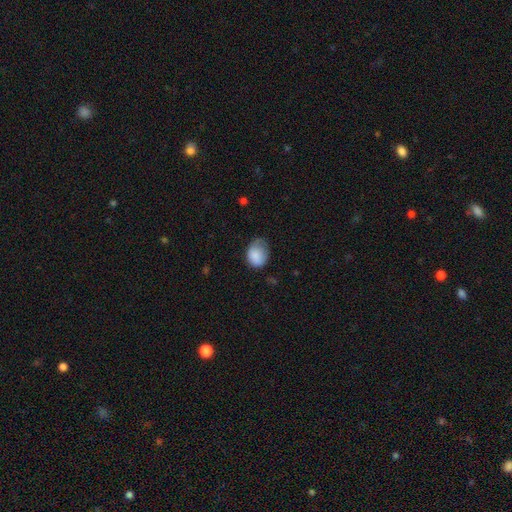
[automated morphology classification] A smooth galaxy with no disk features (84%) that is in between round and cigar-shaped (60%).

Vote fractions:
- Smooth or featured? smooth: 84% / featured or disk: 8% / star or artifact: 8%
- How rounded? in between: 60% / round: 39% / cigar-shaped: 1%
- Merging? minor disturbance: 42% / none: 41% / major disturbance: 16% / merger: 2%